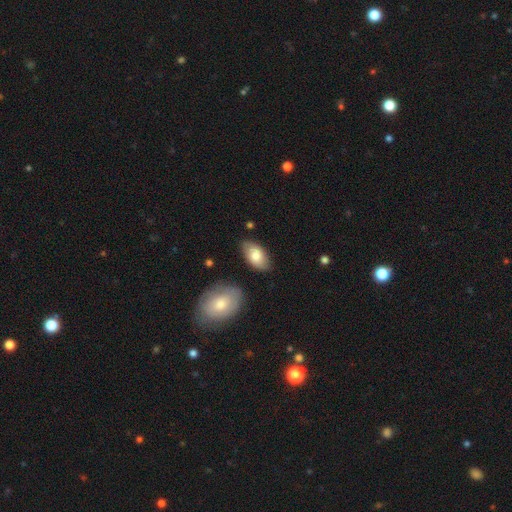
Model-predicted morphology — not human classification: Smooth or featured?
  - smooth: 77% *
  - featured or disk: 18%
  - star or artifact: 6%
How rounded?
  - in between: 94% *
  - round: 4%
  - cigar-shaped: 2%
Merging?
  - none: 78% *
  - minor disturbance: 15%
  - merger: 4%
  - major disturbance: 3%